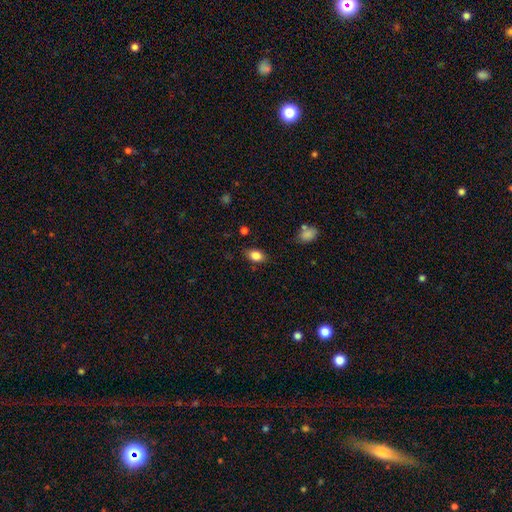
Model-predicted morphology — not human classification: Smooth or featured?
  - smooth: 85% *
  - star or artifact: 9%
  - featured or disk: 6%
How rounded?
  - in between: 80% *
  - round: 18%
  - cigar-shaped: 2%
Merging?
  - none: 81% *
  - minor disturbance: 14%
  - major disturbance: 3%
  - merger: 2%